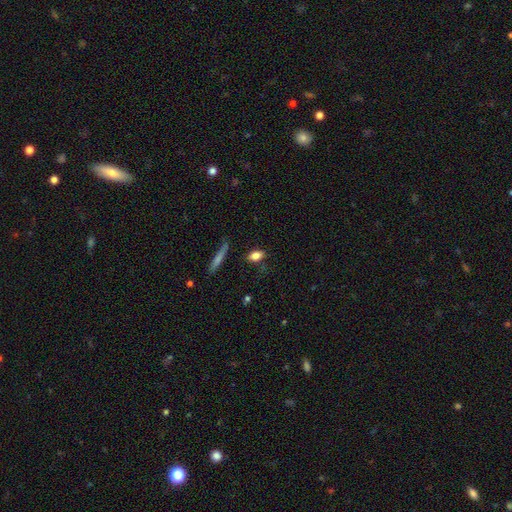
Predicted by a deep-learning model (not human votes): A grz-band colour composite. It shows a smooth galaxy with no disk features (79%) that is in between round and cigar-shaped (77%). Merging: none (77%).